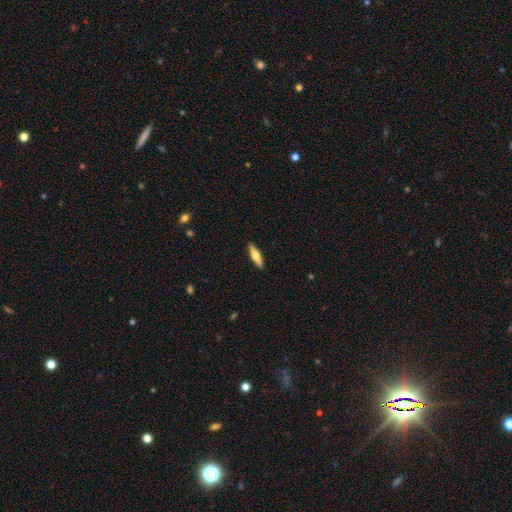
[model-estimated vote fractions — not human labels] smooth-or-featured: smooth: 56% | featured or disk: 39% | star or artifact: 6%
  how-rounded: cigar-shaped: 67% | in between: 31% | round: 2%
  merging: none: 91% | minor disturbance: 7% | major disturbance: 2% | merger: 1%